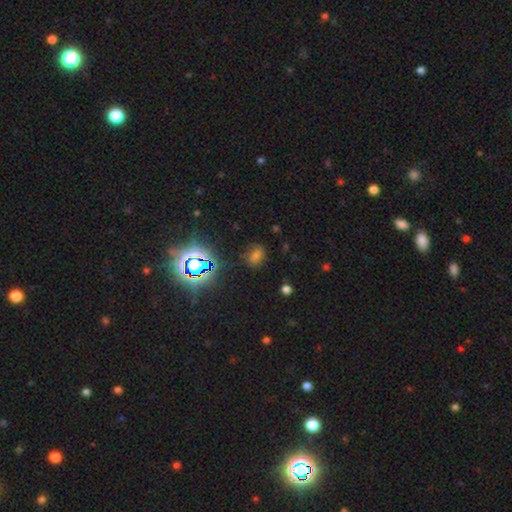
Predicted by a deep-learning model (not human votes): Overall: smooth (47%; star or artifact 44%). Merging: none (77%).